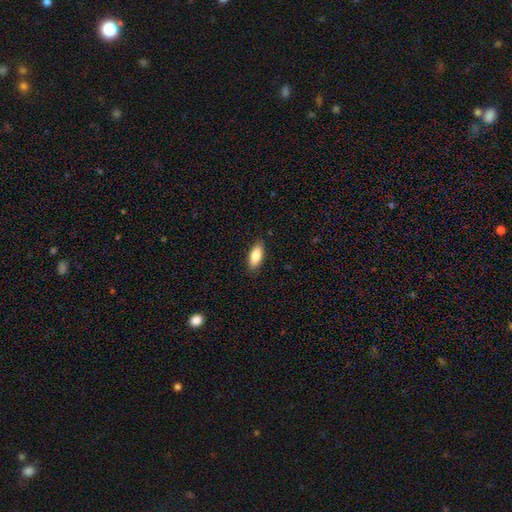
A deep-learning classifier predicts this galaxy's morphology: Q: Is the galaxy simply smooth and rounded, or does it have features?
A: smooth — 83%.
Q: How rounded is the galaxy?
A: in between — 82%.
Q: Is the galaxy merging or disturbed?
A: none — 87%.